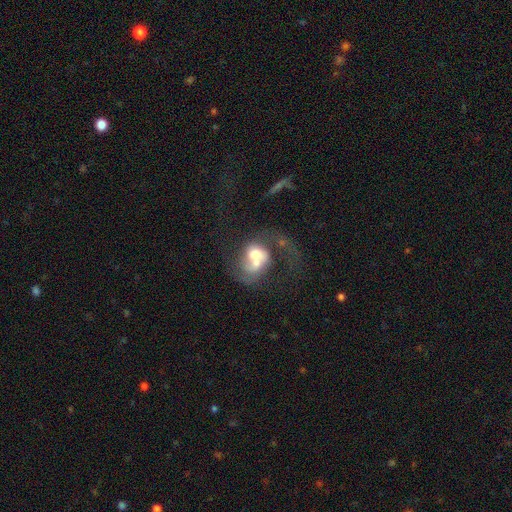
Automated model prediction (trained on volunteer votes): smooth_or_featured: featured or disk (p=0.58) [alt: smooth p=0.34]
disk_edge_on: no (p=0.97) [alt: yes p=0.03]
bar: no (p=0.73) [alt: weak p=0.21]
has_spiral_arms: yes (p=0.65) [alt: no p=0.35]
bulge_size: moderate (p=0.51) [alt: large p=0.24]
merging: merger (p=0.58) [alt: major disturbance p=0.21]